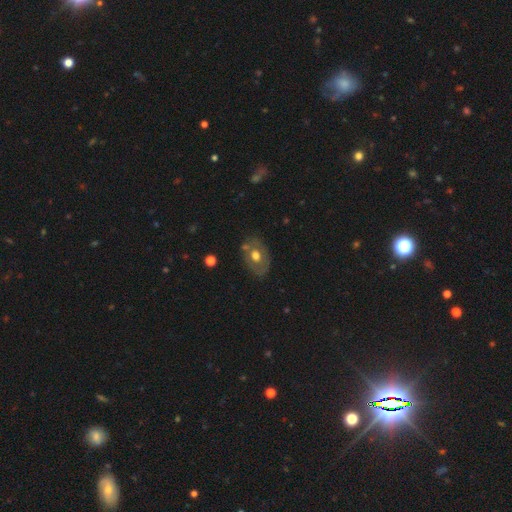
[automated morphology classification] featured or disk 47%, smooth 46%, star or artifact 7%. Down the decision tree: merging — none (71%).